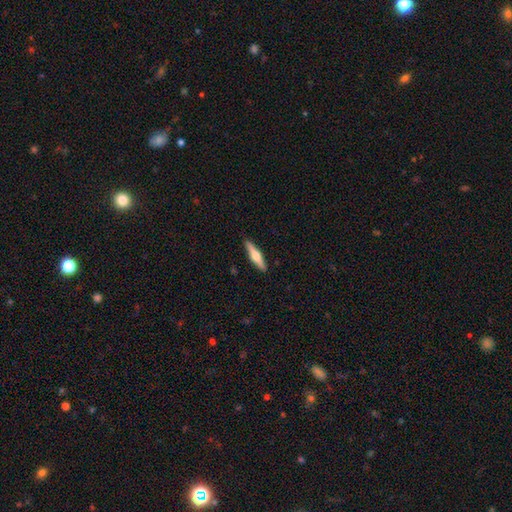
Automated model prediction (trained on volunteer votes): A featured or disk galaxy (57%) viewed edge-on (96%) with a rounded central bulge (93%). Merging: none (90%).